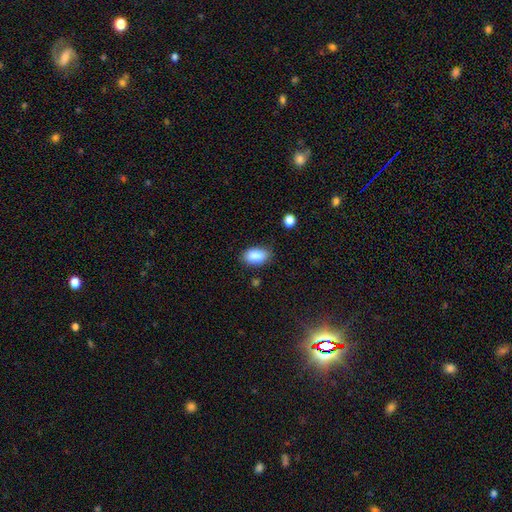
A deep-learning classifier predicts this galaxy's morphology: smooth-or-featured: smooth: 87% | star or artifact: 7% | featured or disk: 5%
  how-rounded: in between: 91% | round: 7% | cigar-shaped: 2%
  merging: none: 76% | minor disturbance: 17% | major disturbance: 4% | merger: 3%